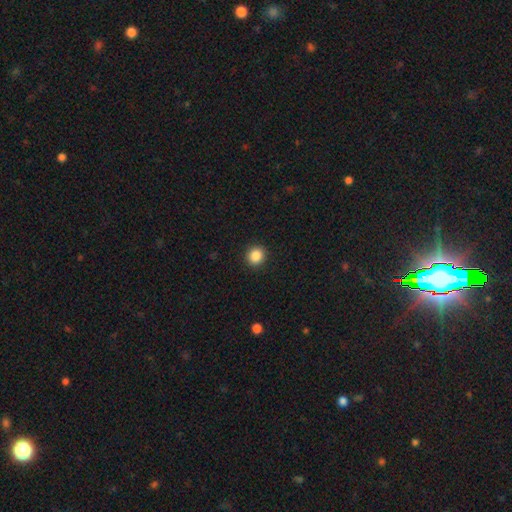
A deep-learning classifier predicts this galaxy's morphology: Q: Smooth or featured?
A: smooth (87%); runner-up: star or artifact (10%)
Q: How rounded?
A: round (88%); runner-up: in between (11%)
Q: Merging?
A: none (92%); runner-up: minor disturbance (5%)